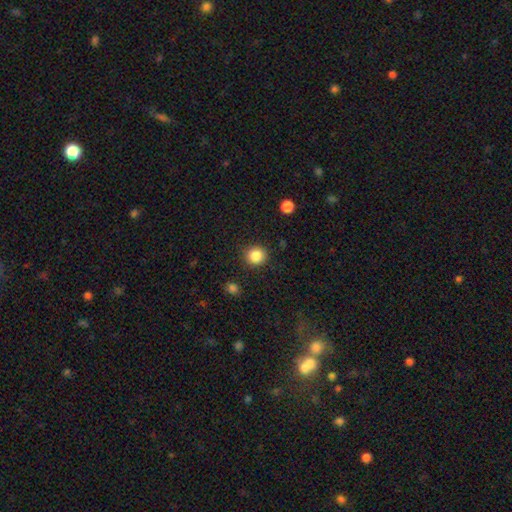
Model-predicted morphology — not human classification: This appears to be a smooth galaxy with no disk features (86%) that is round (90%). Merging: none (89%).